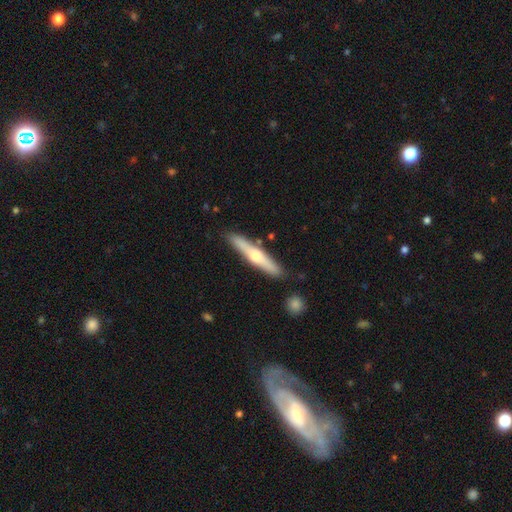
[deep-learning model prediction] This is possibly a featured or disk galaxy (54%). It is clearly viewed edge-on (93%). Edge-on bulge: clearly rounded (87%). Merging: clearly none (85%).